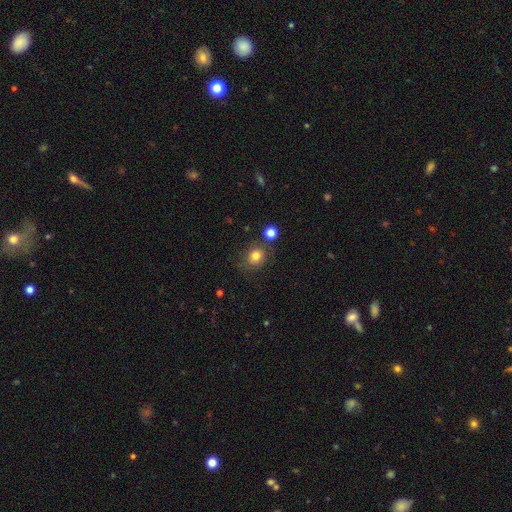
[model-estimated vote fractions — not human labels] smooth 79%, star or artifact 12%, featured or disk 9%. Down the decision tree: how rounded — round (72%); merging — none (73%).